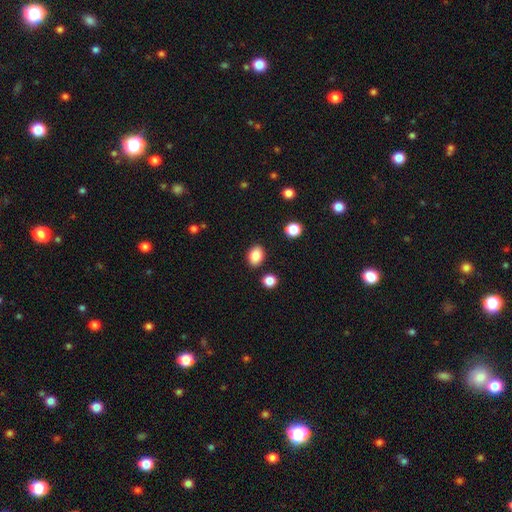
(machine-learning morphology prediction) Q: Smooth or featured?
A: smooth (86%); runner-up: star or artifact (9%)
Q: How rounded?
A: in between (76%); runner-up: round (23%)
Q: Merging?
A: none (86%); runner-up: minor disturbance (8%)